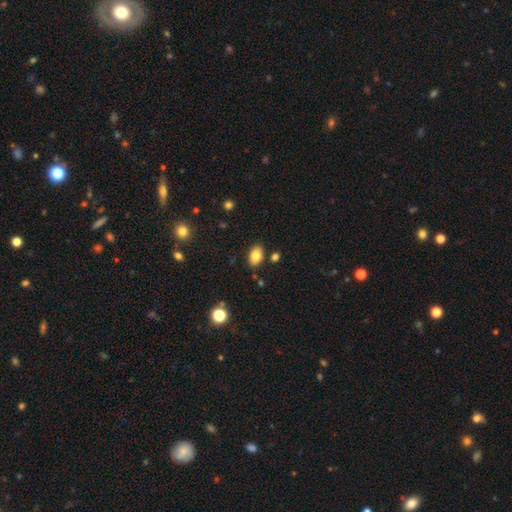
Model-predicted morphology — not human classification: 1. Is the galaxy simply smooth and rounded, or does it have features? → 84% smooth, 9% star or artifact, 7% featured or disk.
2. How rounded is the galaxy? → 88% in between, 11% round, 1% cigar-shaped.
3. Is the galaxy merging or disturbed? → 83% none, 10% minor disturbance, 4% merger, 3% major disturbance.